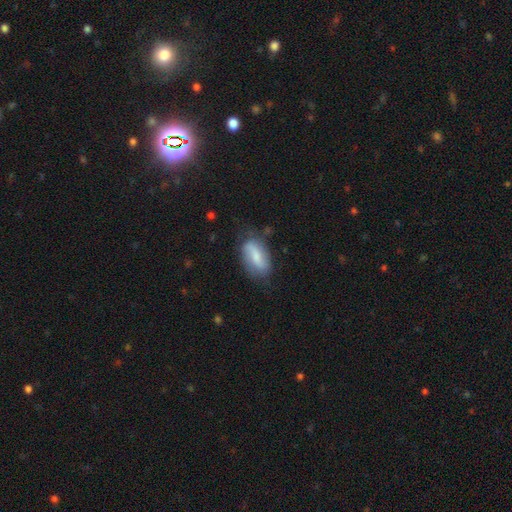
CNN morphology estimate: Overall: smooth (58%; featured or disk 36%). How rounded: in between (86%). Merging: none (67%).